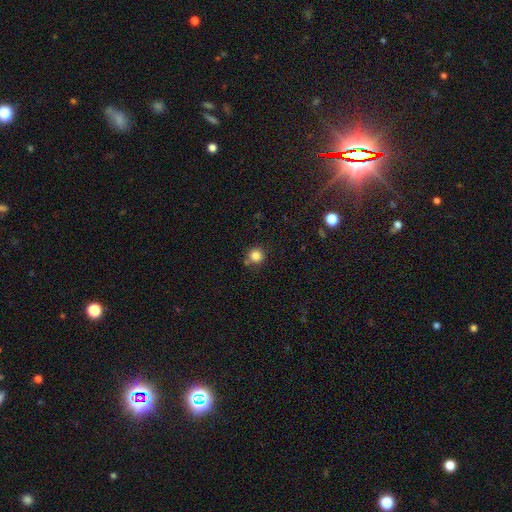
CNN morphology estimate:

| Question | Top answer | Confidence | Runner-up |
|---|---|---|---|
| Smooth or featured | smooth | 84% | star or artifact (12%) |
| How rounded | round | 94% | in between (5%) |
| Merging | none | 77% | minor disturbance (10%) |